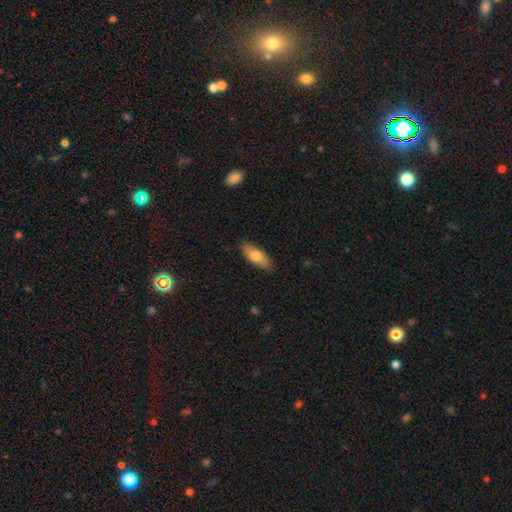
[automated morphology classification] Q: Smooth or featured?
A: smooth (77%); runner-up: featured or disk (17%)
Q: How rounded?
A: in between (75%); runner-up: cigar-shaped (23%)
Q: Merging?
A: none (85%); runner-up: minor disturbance (12%)